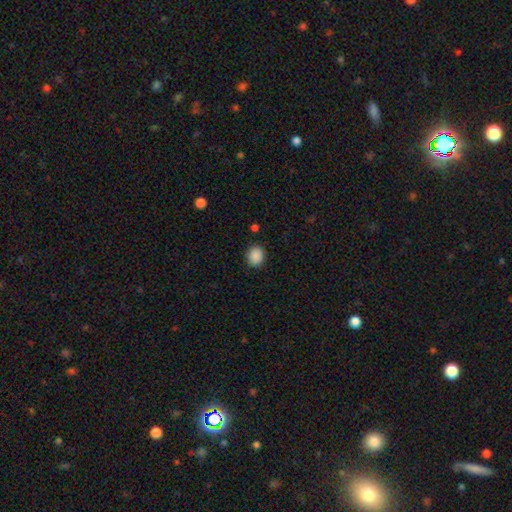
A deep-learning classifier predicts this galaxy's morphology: This appears to be a smooth galaxy with no disk features (89%) that is round (63%). Merging: none (88%).